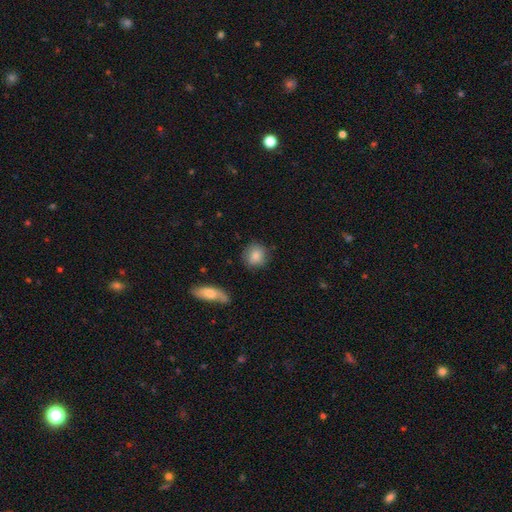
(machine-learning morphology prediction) type=smooth (84%); roundness=round (83%); merging=none (82%).